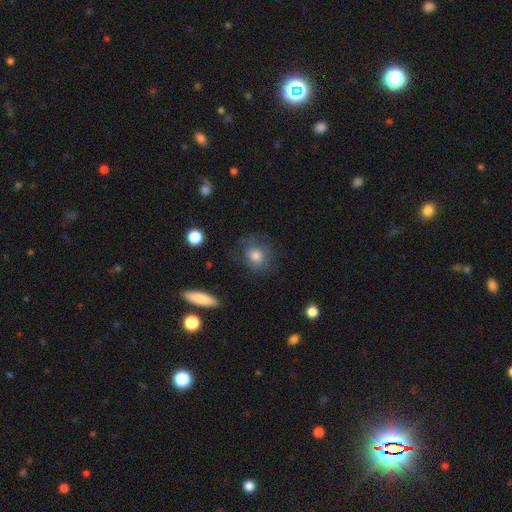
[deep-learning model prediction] Q: Smooth or featured?
A: smooth (75%); runner-up: featured or disk (16%)
Q: How rounded?
A: round (70%); runner-up: in between (28%)
Q: Merging?
A: none (69%); runner-up: minor disturbance (18%)